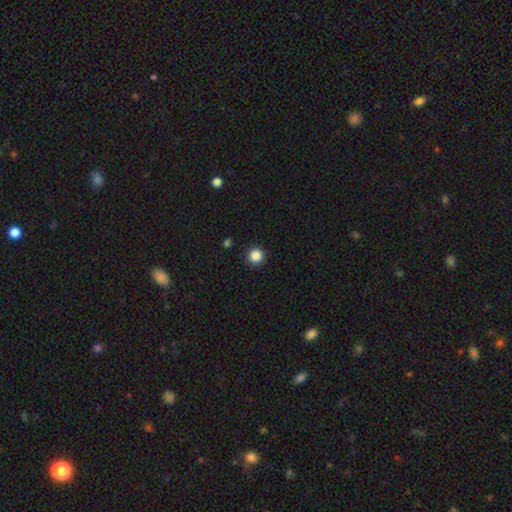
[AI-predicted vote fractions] The model was most divided on "smooth or featured": smooth: 86%, star or artifact: 11%, featured or disk: 3%. More confident: how rounded — round (95%); merging — none (91%).